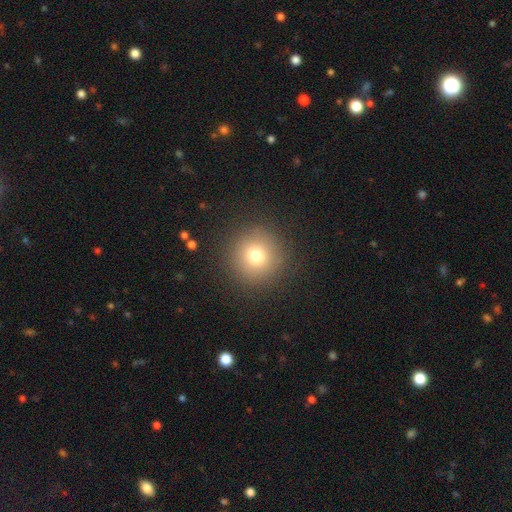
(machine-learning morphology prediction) Smooth or featured?
  - smooth: 76% *
  - star or artifact: 14%
  - featured or disk: 10%
How rounded?
  - round: 95% *
  - in between: 4%
  - cigar-shaped: 1%
Merging?
  - none: 90% *
  - minor disturbance: 6%
  - major disturbance: 3%
  - merger: 1%